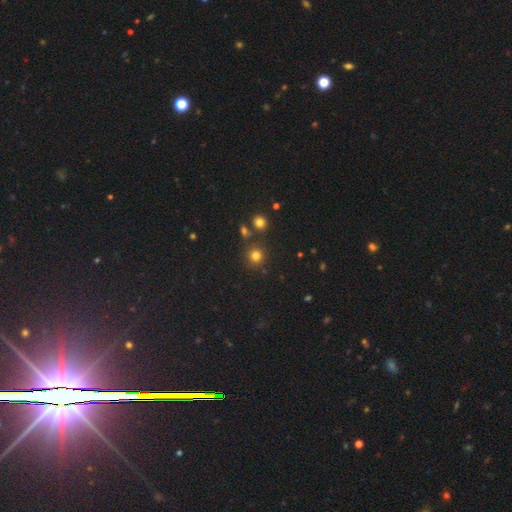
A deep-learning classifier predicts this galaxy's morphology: smooth_or_featured: smooth (p=0.77) [alt: star or artifact p=0.17]
how_rounded: round (p=0.91) [alt: in between p=0.08]
merging: none (p=0.82) [alt: minor disturbance p=0.08]